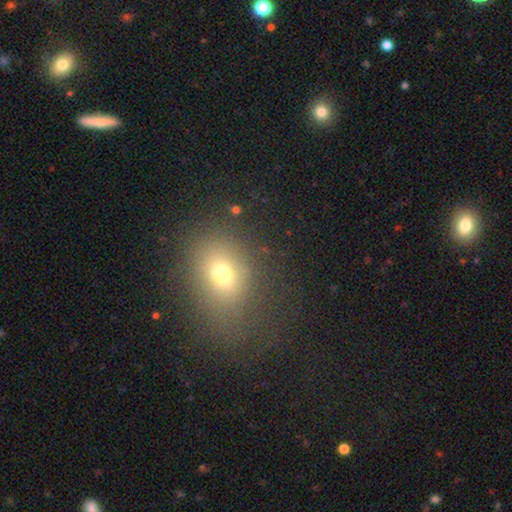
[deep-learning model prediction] A smooth galaxy with no disk features (64%) that is in between round and cigar-shaped (53%). Merging: none (74%).